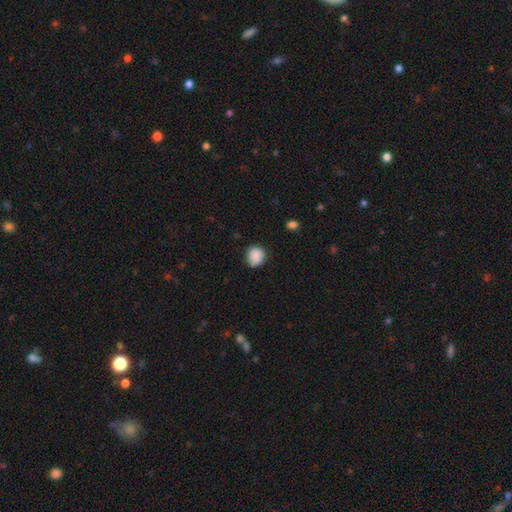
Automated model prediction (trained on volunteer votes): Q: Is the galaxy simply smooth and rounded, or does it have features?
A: smooth — 87%.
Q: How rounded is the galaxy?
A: round — 80%.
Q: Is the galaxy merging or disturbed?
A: none — 76%.